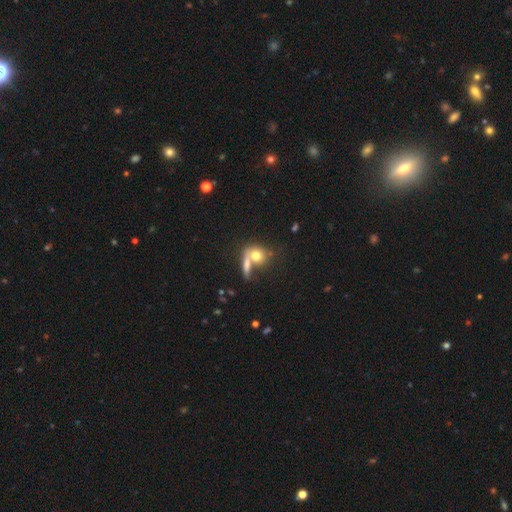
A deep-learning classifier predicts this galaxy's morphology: Smooth or featured? smooth (71%)
How rounded? round (56%)
Merging? merger (46%)